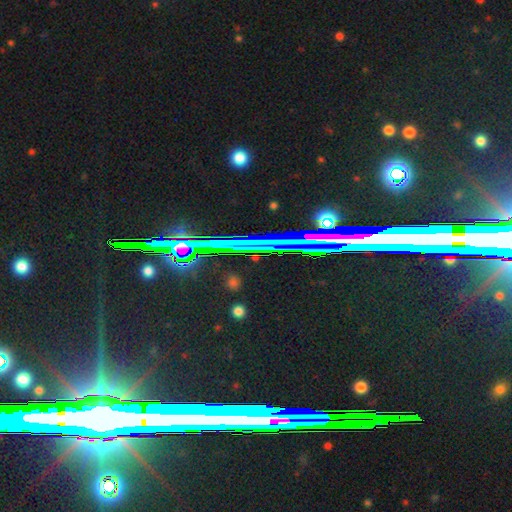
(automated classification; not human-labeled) star or artifact 67%, smooth 22%, featured or disk 12%.